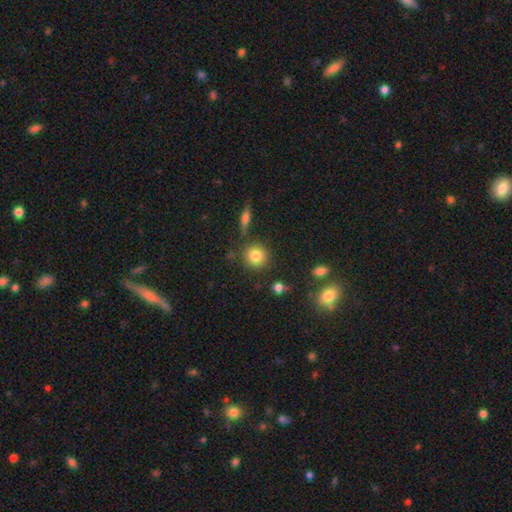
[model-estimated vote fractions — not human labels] smooth-or-featured: smooth: 83% | star or artifact: 10% | featured or disk: 7%
  how-rounded: round: 89% | in between: 10% | cigar-shaped: 1%
  merging: none: 81% | minor disturbance: 10% | merger: 6% | major disturbance: 3%